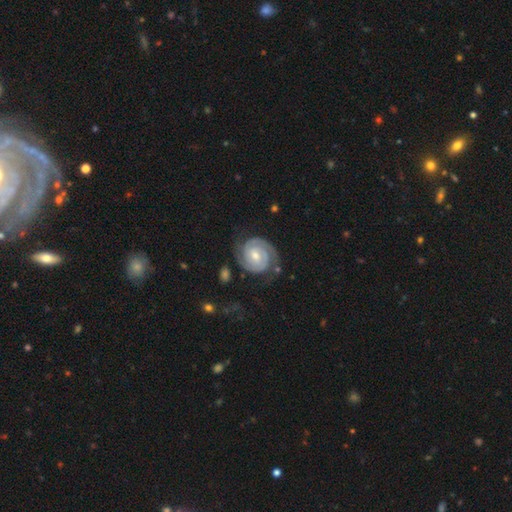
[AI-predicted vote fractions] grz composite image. It shows a featured or disk galaxy (89%) with a weak bar (44%), 2 (85%) tight (78%) spiral arms (98%) and a moderate central bulge (56%). Merging: none (77%).